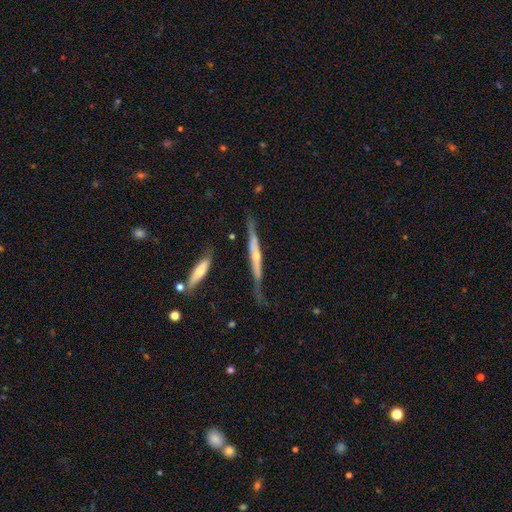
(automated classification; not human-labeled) Smooth or featured: featured or disk — 70% (smooth — 25%)
Edge-on disk: yes — 92% (no — 8%)
Edge-on bulge: rounded — 66% (none — 27%)
Merging: none — 60% (minor disturbance — 25%)